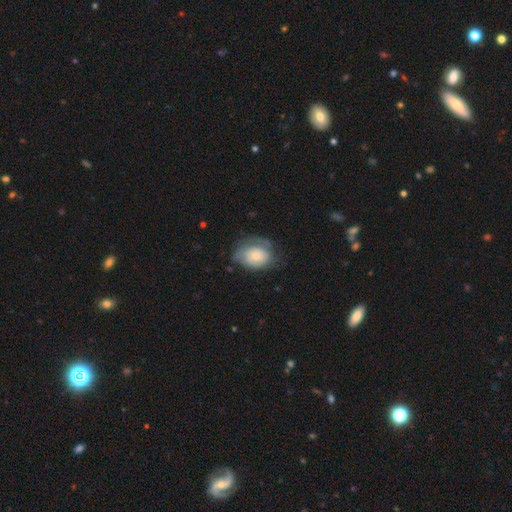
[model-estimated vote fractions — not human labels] This is possibly a smooth galaxy (52%). How rounded: likely in between (65%). Merging: possibly none (49%).